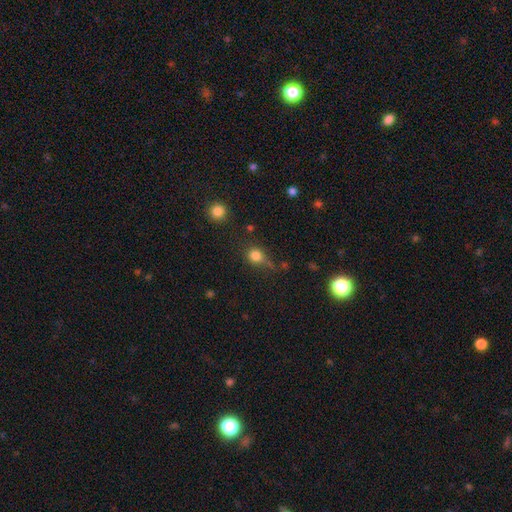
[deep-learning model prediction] Overall: smooth (79%). How rounded: round (80%). Merging: none (56%; minor disturbance 25%).